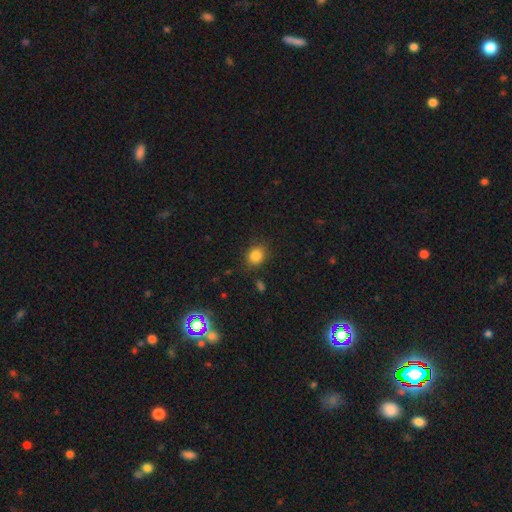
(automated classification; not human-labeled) A smooth galaxy with no disk features (83%) that is round (58%). Merging: none (83%).